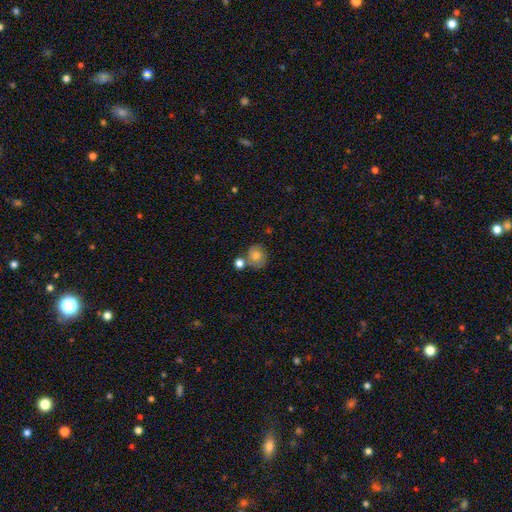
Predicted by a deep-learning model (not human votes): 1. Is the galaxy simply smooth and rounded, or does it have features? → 69% smooth, 21% featured or disk, 10% star or artifact.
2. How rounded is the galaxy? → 75% round, 24% in between, 1% cigar-shaped.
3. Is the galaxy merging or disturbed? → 57% none, 21% merger, 16% minor disturbance, 5% major disturbance.